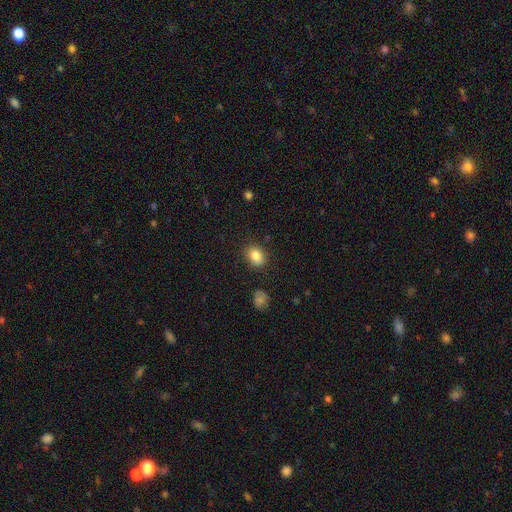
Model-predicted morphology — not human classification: A smooth galaxy with no disk features (83%) that is in between round and cigar-shaped (56%).

Vote fractions:
- Smooth or featured? smooth: 83% / star or artifact: 10% / featured or disk: 7%
- How rounded? in between: 56% / round: 43% / cigar-shaped: 1%
- Merging? none: 82% / minor disturbance: 13% / major disturbance: 3% / merger: 2%